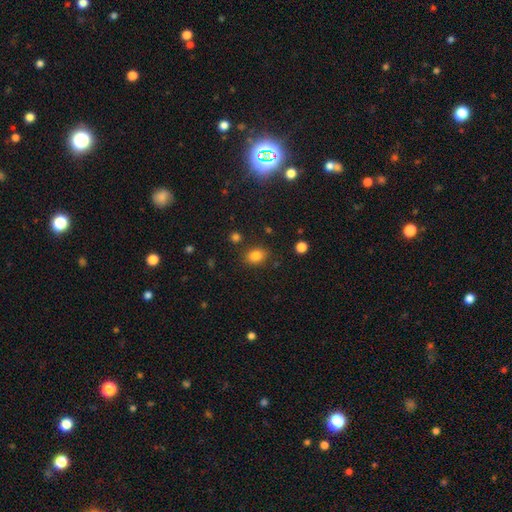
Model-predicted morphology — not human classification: Smooth or featured?
  - smooth: 83% *
  - star or artifact: 11%
  - featured or disk: 6%
How rounded?
  - in between: 67% *
  - round: 32%
  - cigar-shaped: 1%
Merging?
  - none: 82% *
  - minor disturbance: 11%
  - merger: 4%
  - major disturbance: 3%